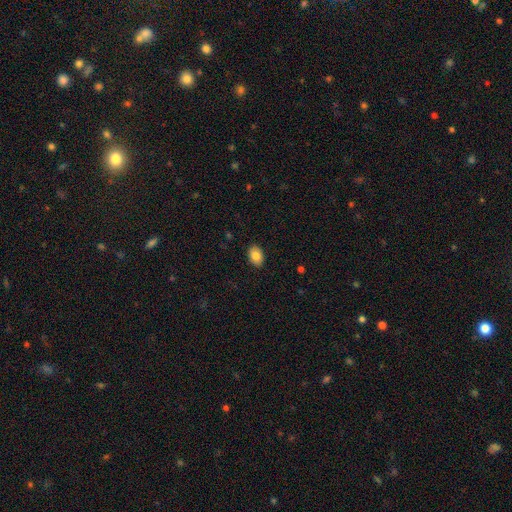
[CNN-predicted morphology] A smooth galaxy with no disk features (84%) that is in between round and cigar-shaped (86%).

Vote fractions:
- Smooth or featured? smooth: 84% / featured or disk: 9% / star or artifact: 7%
- How rounded? in between: 86% / round: 13% / cigar-shaped: 1%
- Merging? none: 89% / minor disturbance: 8% / major disturbance: 2% / merger: 1%